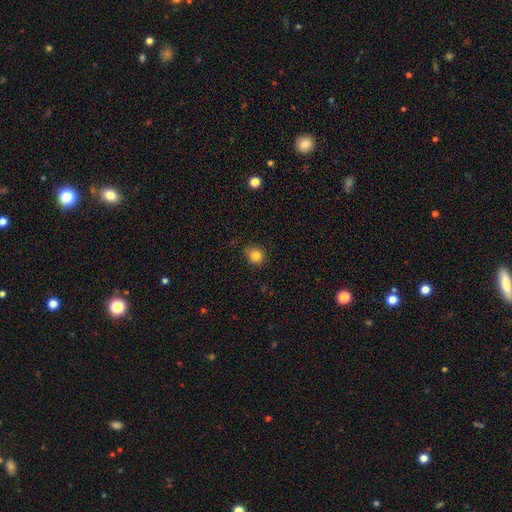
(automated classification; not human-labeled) smooth_or_featured: smooth (p=0.83) [alt: star or artifact p=0.12]
how_rounded: round (p=0.84) [alt: in between p=0.15]
merging: none (p=0.74) [alt: minor disturbance p=0.21]